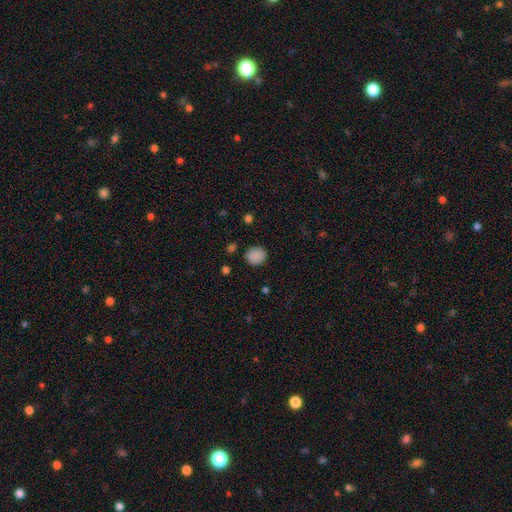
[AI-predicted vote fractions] Smooth or featured? smooth (87%)
How rounded? round (76%)
Merging? none (86%)